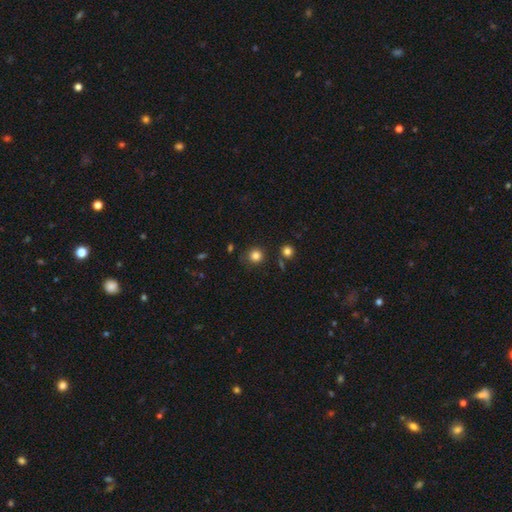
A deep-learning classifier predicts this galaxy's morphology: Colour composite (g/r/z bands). It shows a smooth galaxy with no disk features (83%) that is round (93%). Merging: none (84%).